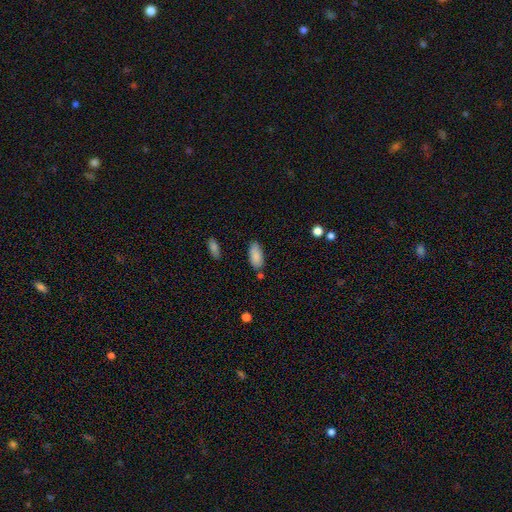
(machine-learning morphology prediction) Overall: smooth (87%). How rounded: in between (88%). Merging: none (74%).